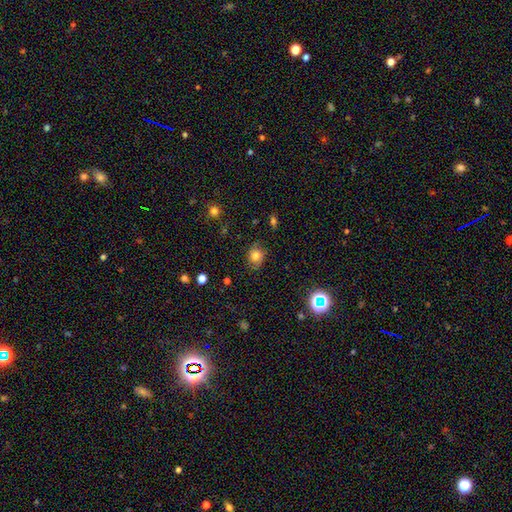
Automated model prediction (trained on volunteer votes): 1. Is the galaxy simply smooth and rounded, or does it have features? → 71% smooth, 14% featured or disk, 14% star or artifact.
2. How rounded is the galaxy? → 65% round, 34% in between, 1% cigar-shaped.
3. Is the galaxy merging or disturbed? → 79% none, 15% minor disturbance, 4% major disturbance, 1% merger.